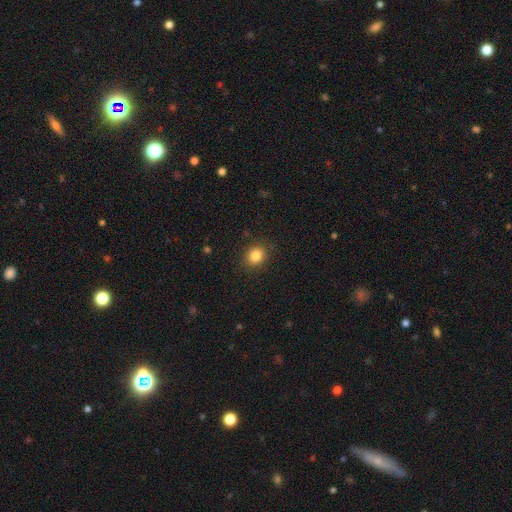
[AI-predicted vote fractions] smooth_or_featured: smooth (p=0.84) [alt: star or artifact p=0.11]
how_rounded: round (p=0.64) [alt: in between p=0.35]
merging: none (p=0.89) [alt: minor disturbance p=0.08]